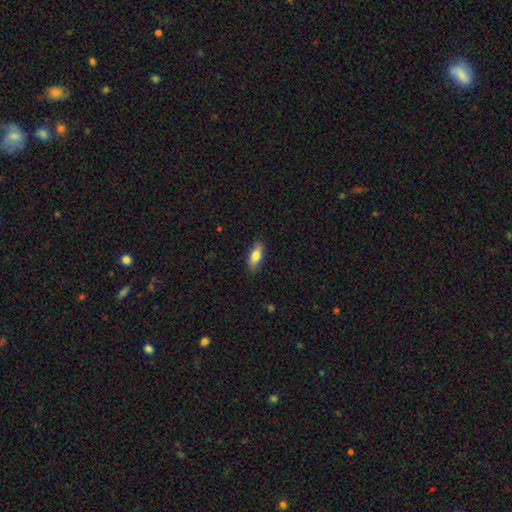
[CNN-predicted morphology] This appears to be a smooth galaxy with no disk features (77%) that is in between round and cigar-shaped (75%). Merging: none (87%).